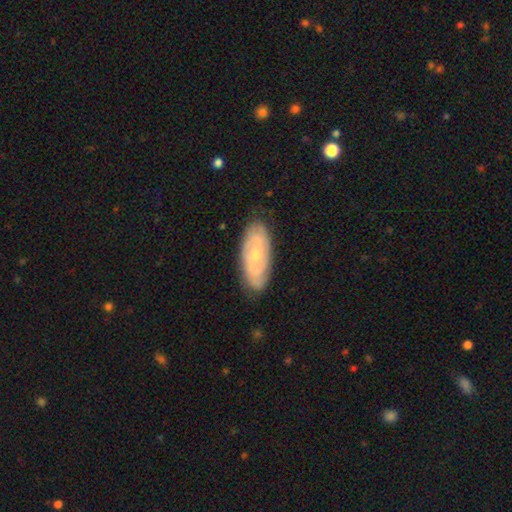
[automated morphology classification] smooth_or_featured: featured or disk (p=0.74) [alt: smooth p=0.20]
disk_edge_on: no (p=0.92) [alt: yes p=0.08]
bar: no (p=0.68) [alt: weak p=0.27]
has_spiral_arms: yes (p=0.88) [alt: no p=0.12]
spiral_winding: tight (p=0.66) [alt: medium p=0.27]
spiral_arm_count: 2 (p=0.49) [alt: can't tell p=0.33]
bulge_size: small (p=0.53) [alt: moderate p=0.43]
merging: none (p=0.81) [alt: minor disturbance p=0.15]